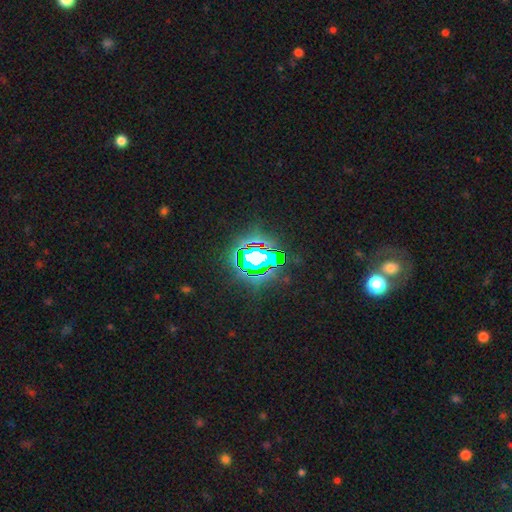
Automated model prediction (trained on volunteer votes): The model was most divided on "smooth or featured": star or artifact: 76%, smooth: 12%, featured or disk: 12%.